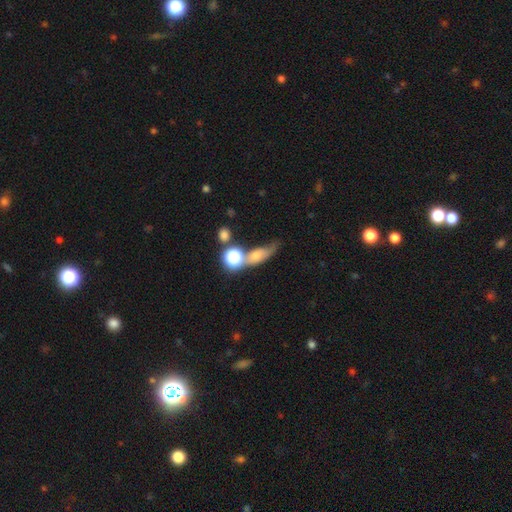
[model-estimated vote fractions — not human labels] Q: Smooth or featured?
A: smooth (52%); runner-up: featured or disk (26%)
Q: How rounded?
A: in between (41%); runner-up: round (33%)
Q: Merging?
A: none (40%); runner-up: merger (24%)